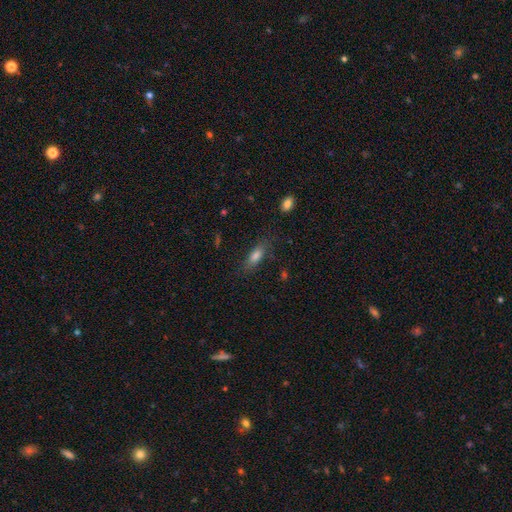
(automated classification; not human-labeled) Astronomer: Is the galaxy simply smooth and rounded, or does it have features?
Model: smooth — 75%.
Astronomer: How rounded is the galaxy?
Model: in between — 62%.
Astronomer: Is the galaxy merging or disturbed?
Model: none — 75%.